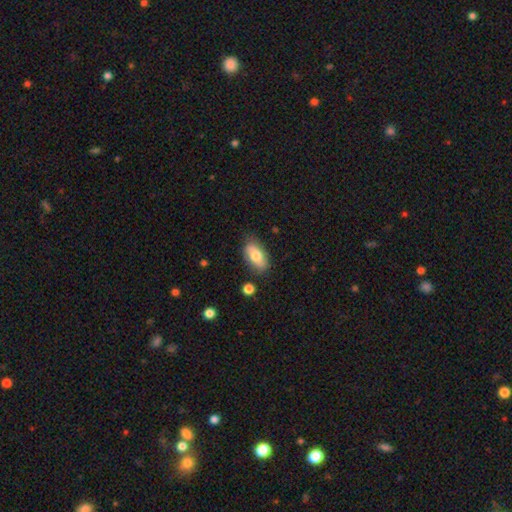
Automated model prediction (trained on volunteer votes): Q: Smooth or featured?
A: smooth (71%); runner-up: featured or disk (22%)
Q: How rounded?
A: in between (91%); runner-up: cigar-shaped (5%)
Q: Merging?
A: none (78%); runner-up: minor disturbance (16%)